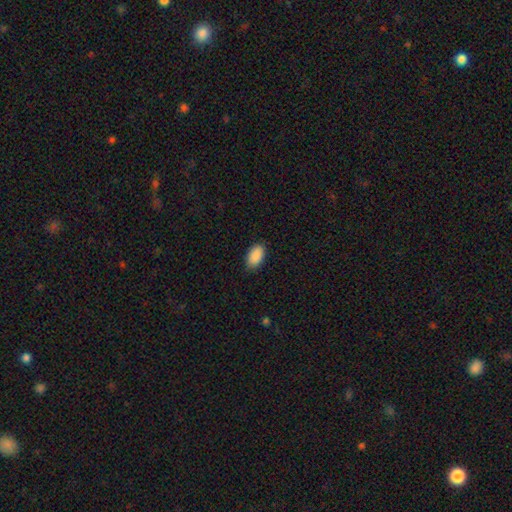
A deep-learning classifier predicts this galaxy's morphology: smooth 91%, star or artifact 7%, featured or disk 3%. Down the decision tree: how rounded — in between (94%); merging — none (86%).